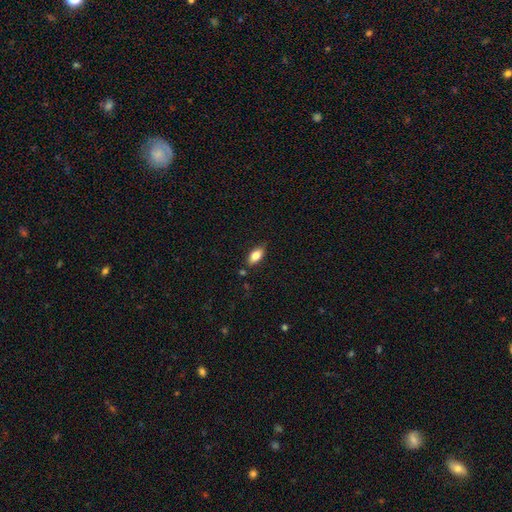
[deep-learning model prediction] A smooth galaxy with no disk features (80%) that is in between round and cigar-shaped (89%). Merging: none (80%).